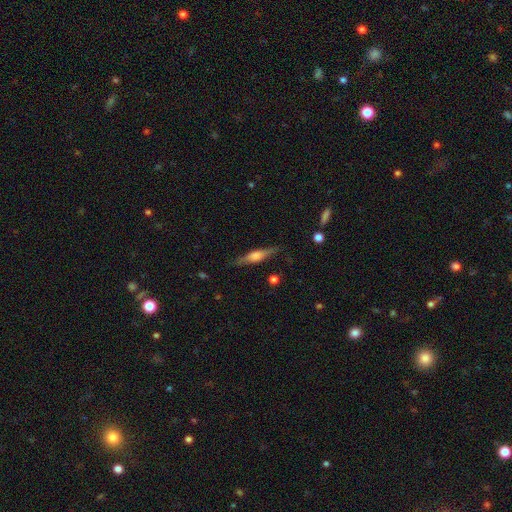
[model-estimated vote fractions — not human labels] Overall: featured or disk (64%; smooth 30%). Edge-on disk: yes (96%). Edge-on bulge: rounded (78%). Merging: none (84%).